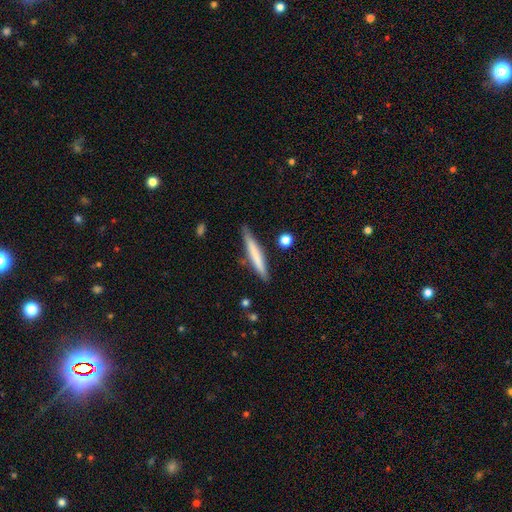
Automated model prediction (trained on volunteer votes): Overall: smooth (64%; featured or disk 30%). How rounded: cigar-shaped (95%). Merging: none (82%).